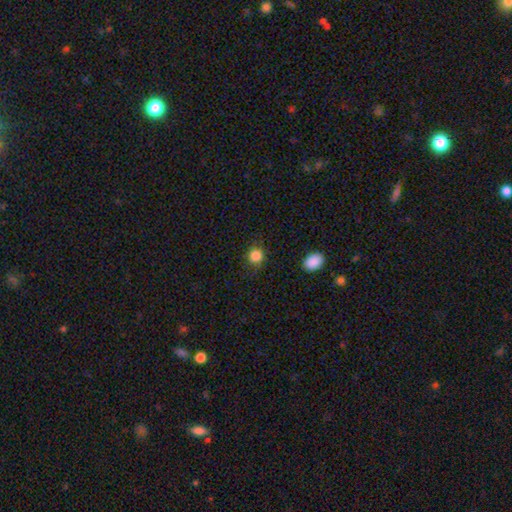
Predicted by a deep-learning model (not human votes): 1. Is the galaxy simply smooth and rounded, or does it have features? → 86% smooth, 11% star or artifact, 4% featured or disk.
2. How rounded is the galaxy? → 88% round, 11% in between, 1% cigar-shaped.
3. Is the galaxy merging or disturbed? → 85% none, 10% minor disturbance, 3% major disturbance, 2% merger.